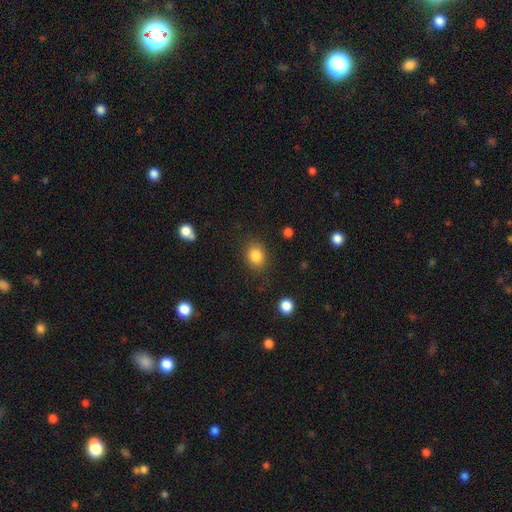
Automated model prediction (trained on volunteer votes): A smooth galaxy with no disk features (85%) that is round (61%).

Vote fractions:
- Smooth or featured? smooth: 85% / star or artifact: 10% / featured or disk: 5%
- How rounded? round: 61% / in between: 38% / cigar-shaped: 1%
- Merging? none: 84% / minor disturbance: 11% / major disturbance: 4% / merger: 2%